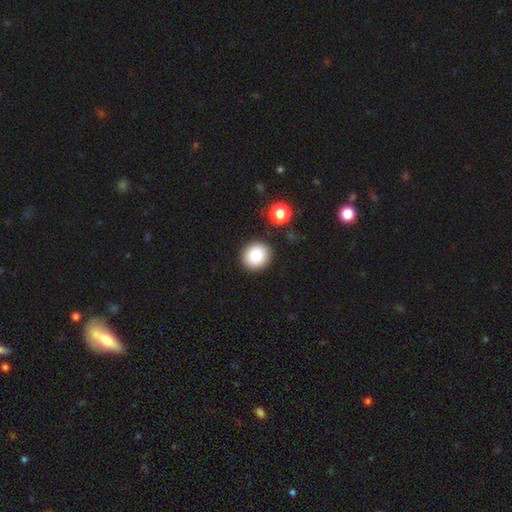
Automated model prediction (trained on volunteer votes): Q: Smooth or featured?
A: smooth (85%); runner-up: star or artifact (9%)
Q: How rounded?
A: round (85%); runner-up: in between (14%)
Q: Merging?
A: none (88%); runner-up: minor disturbance (7%)